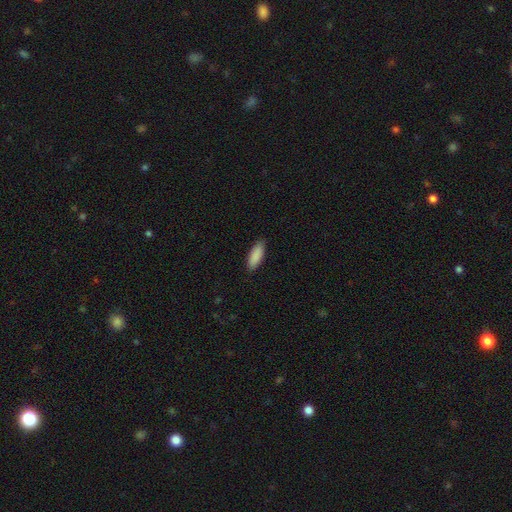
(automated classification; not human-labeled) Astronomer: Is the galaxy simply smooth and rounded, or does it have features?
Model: smooth — 90%.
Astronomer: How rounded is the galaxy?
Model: in between — 65%.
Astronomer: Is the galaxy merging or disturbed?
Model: none — 87%.